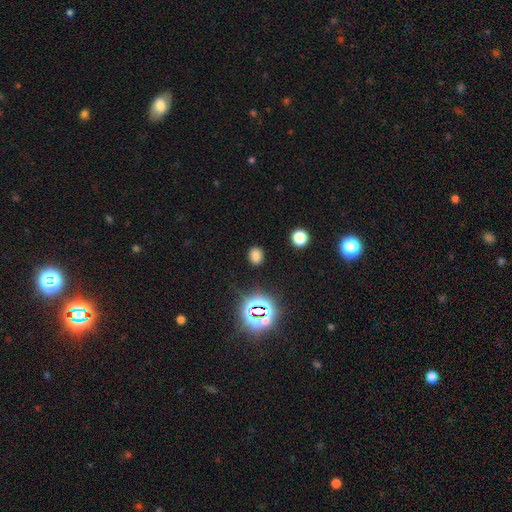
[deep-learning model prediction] Q: Smooth or featured?
A: smooth (73%); runner-up: star or artifact (22%)
Q: How rounded?
A: in between (59%); runner-up: round (40%)
Q: Merging?
A: none (85%); runner-up: minor disturbance (10%)